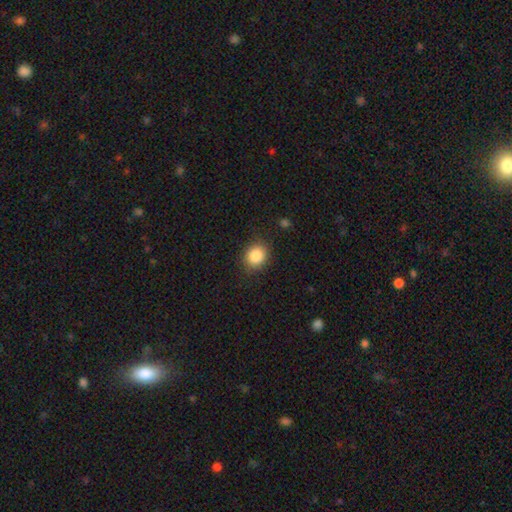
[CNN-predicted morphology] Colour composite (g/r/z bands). It shows a smooth galaxy with no disk features (86%) that is round (66%). Merging: none (85%).